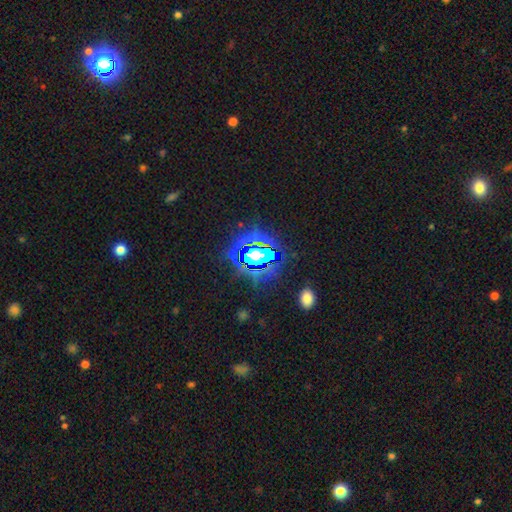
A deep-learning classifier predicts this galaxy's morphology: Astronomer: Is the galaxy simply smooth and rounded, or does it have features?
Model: star or artifact — 70%.